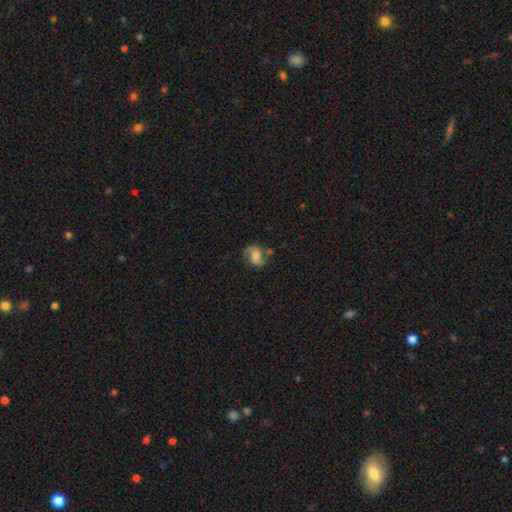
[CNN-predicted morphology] type=featured or disk (70%); edge-on=no (98%); bar=no (48%); spiral arms=yes (93%); winding=medium (46%); arm count=2 (89%); bulge=moderate (54%); merging=none (66%).